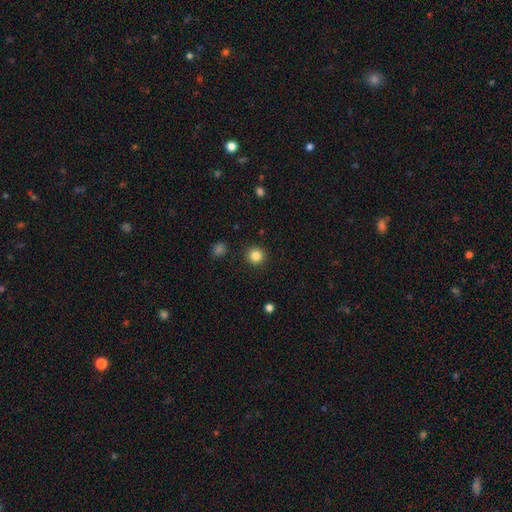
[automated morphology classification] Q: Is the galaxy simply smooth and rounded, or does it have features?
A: smooth — 84%.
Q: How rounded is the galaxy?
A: round — 93%.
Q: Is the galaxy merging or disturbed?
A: none — 91%.